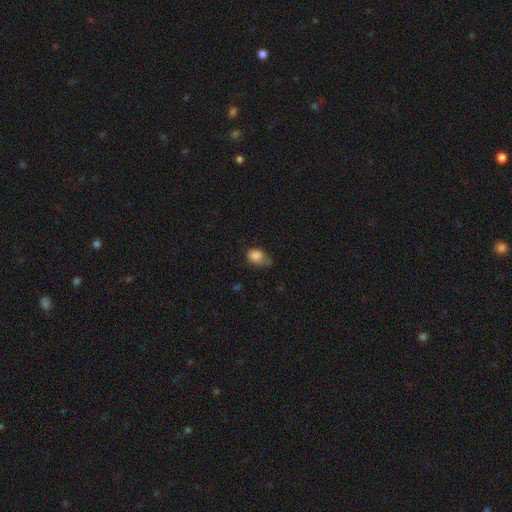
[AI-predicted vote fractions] Smooth or featured? Predicted: smooth (p=0.83). How rounded? Predicted: in between (p=0.67). Merging? Predicted: minor disturbance (p=0.44).